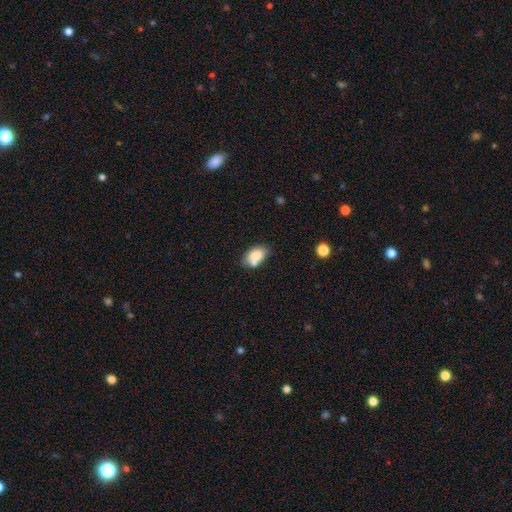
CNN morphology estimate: Smooth or featured?
  - smooth: 78% *
  - featured or disk: 14%
  - star or artifact: 8%
How rounded?
  - in between: 88% *
  - round: 10%
  - cigar-shaped: 2%
Merging?
  - none: 56% *
  - merger: 23%
  - minor disturbance: 17%
  - major disturbance: 4%